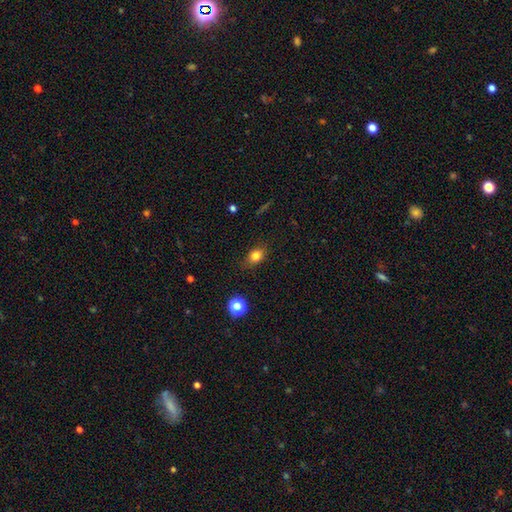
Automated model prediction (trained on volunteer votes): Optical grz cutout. It shows a smooth galaxy with no disk features (80%) that is in between round and cigar-shaped (58%). Merging: none (79%).